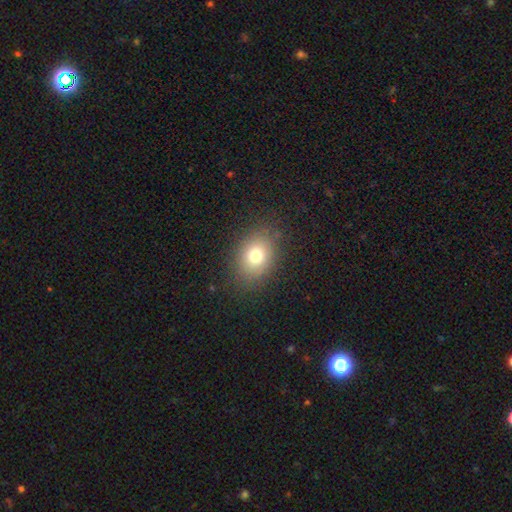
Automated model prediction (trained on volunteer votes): Smooth or featured? smooth (74%)
How rounded? in between (58%)
Merging? none (84%)